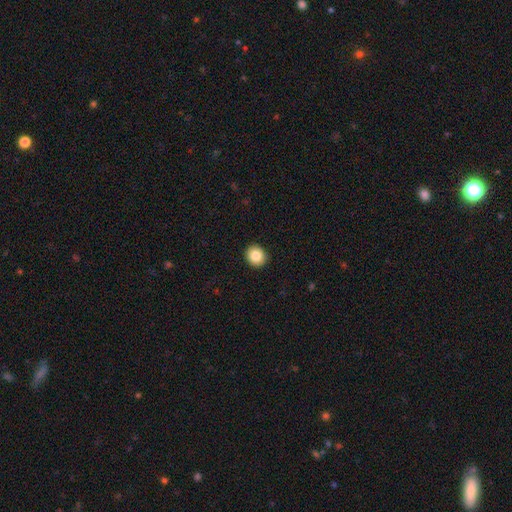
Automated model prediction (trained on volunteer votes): Smooth or featured? Predicted: smooth (p=0.85). How rounded? Predicted: round (p=0.78). Merging? Predicted: none (p=0.92).